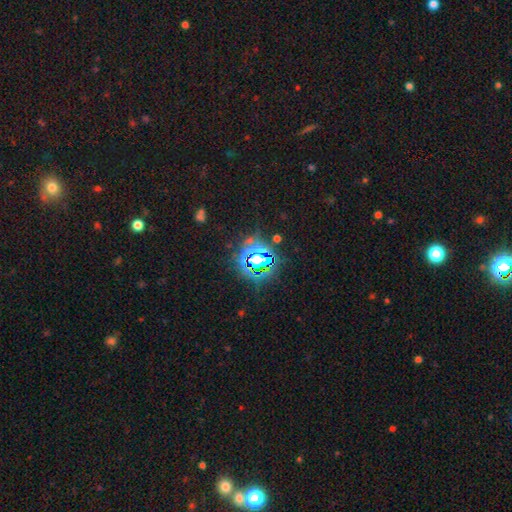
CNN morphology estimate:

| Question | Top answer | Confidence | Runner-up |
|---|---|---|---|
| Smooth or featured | star or artifact | 77% | smooth (15%) |